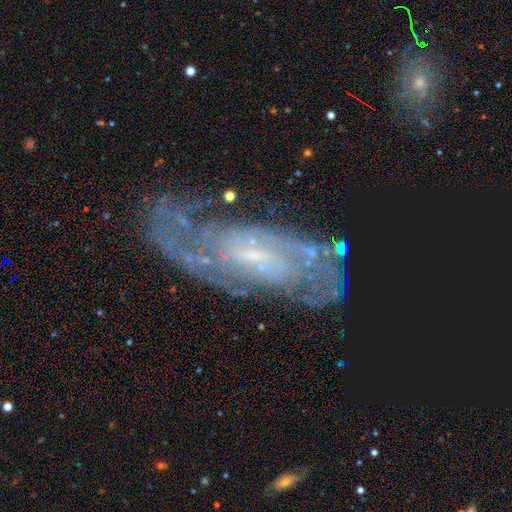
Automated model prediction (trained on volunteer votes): Smooth or featured?
  - featured or disk: 84% *
  - star or artifact: 8%
  - smooth: 8%
Edge-on disk?
  - no: 92% *
  - yes: 8%
Bar?
  - weak: 46% *
  - no: 39%
  - strong: 14%
Spiral arms?
  - yes: 95% *
  - no: 5%
Spiral winding?
  - tight: 50% *
  - medium: 38%
  - loose: 12%
Spiral arm count?
  - 2: 42% *
  - can't tell: 32%
  - 3: 10%
  - 4: 6%
  - 1: 5%
  - more than 4: 5%
Bulge size?
  - small: 69% *
  - moderate: 16%
  - none: 11%
  - large: 2%
  - dominant: 1%
Merging?
  - none: 71% *
  - minor disturbance: 17%
  - major disturbance: 9%
  - merger: 3%